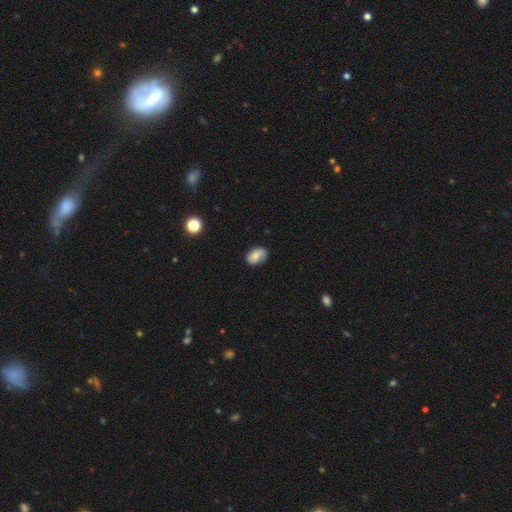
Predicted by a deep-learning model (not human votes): Smooth or featured? smooth (58%)
How rounded? in between (76%)
Merging? none (71%)